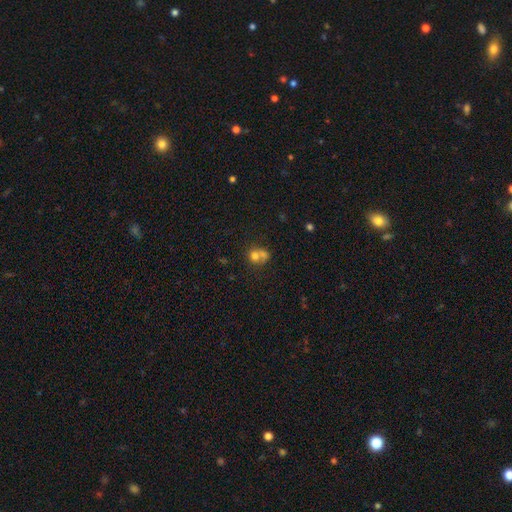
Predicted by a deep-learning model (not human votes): smooth-or-featured: smooth: 69% | featured or disk: 18% | star or artifact: 13%
  how-rounded: round: 73% | in between: 26% | cigar-shaped: 1%
  merging: merger: 57% | none: 30% | minor disturbance: 8% | major disturbance: 5%